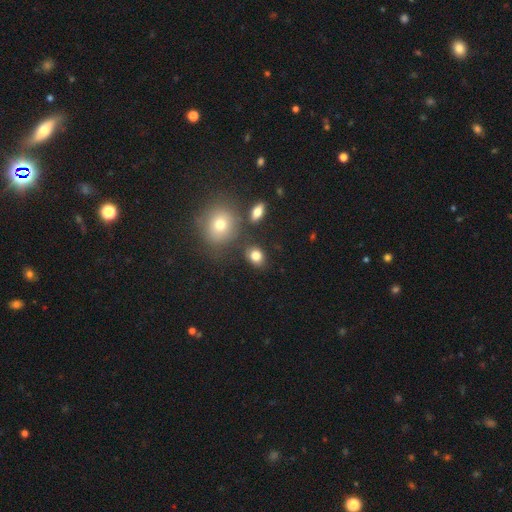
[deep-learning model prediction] Smooth or featured? Predicted: smooth (p=0.81). How rounded? Predicted: in between (p=0.57). Merging? Predicted: none (p=0.76).